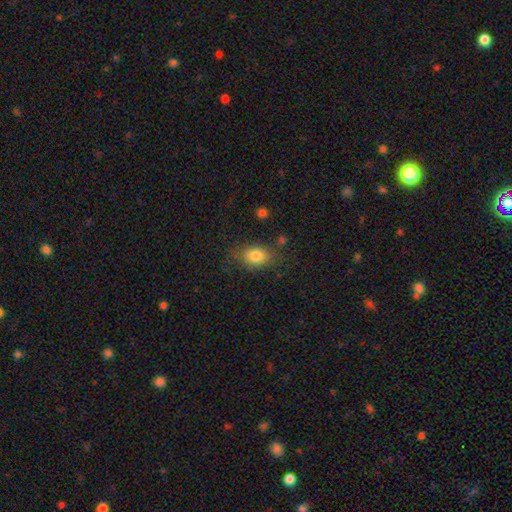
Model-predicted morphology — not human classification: smooth-or-featured: smooth: 80% | star or artifact: 10% | featured or disk: 9%
  how-rounded: in between: 71% | round: 28% | cigar-shaped: 2%
  merging: none: 72% | minor disturbance: 18% | major disturbance: 6% | merger: 3%